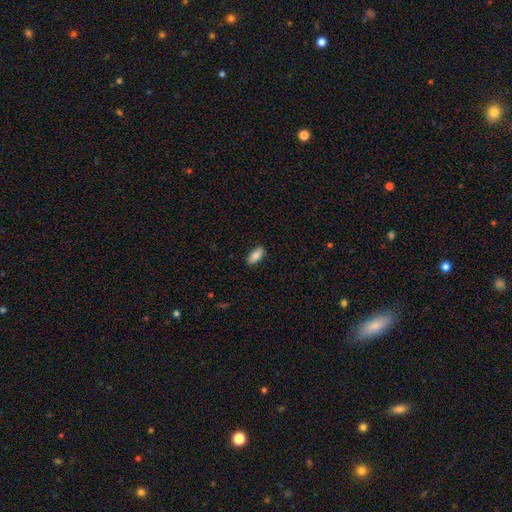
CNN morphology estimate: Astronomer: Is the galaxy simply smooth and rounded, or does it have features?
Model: smooth — 77%.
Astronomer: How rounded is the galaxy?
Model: in between — 85%.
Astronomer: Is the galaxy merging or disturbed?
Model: none — 88%.